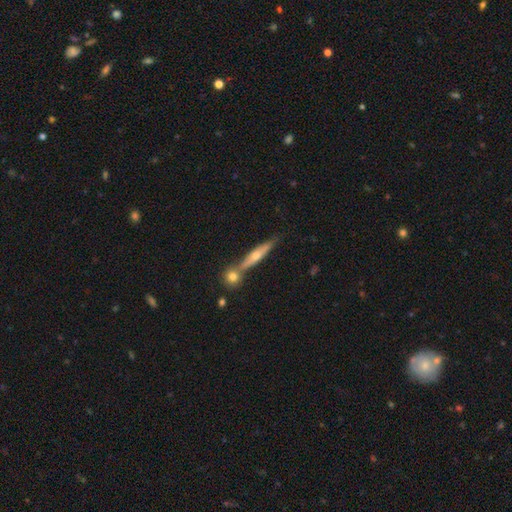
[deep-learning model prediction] featured or disk 60%, smooth 33%, star or artifact 7%. Down the decision tree: edge-on disk — yes (91%); edge-on bulge — rounded (83%); merging — none (66%).